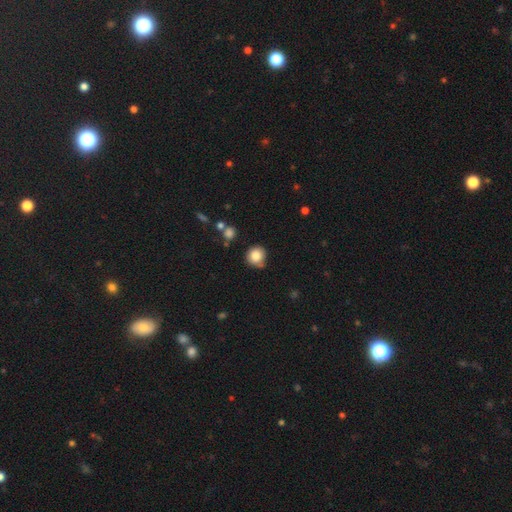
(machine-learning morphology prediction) Smooth or featured?
  - smooth: 83% *
  - star or artifact: 10%
  - featured or disk: 7%
How rounded?
  - round: 90% *
  - in between: 9%
  - cigar-shaped: 1%
Merging?
  - none: 73% *
  - minor disturbance: 18%
  - merger: 5%
  - major disturbance: 4%